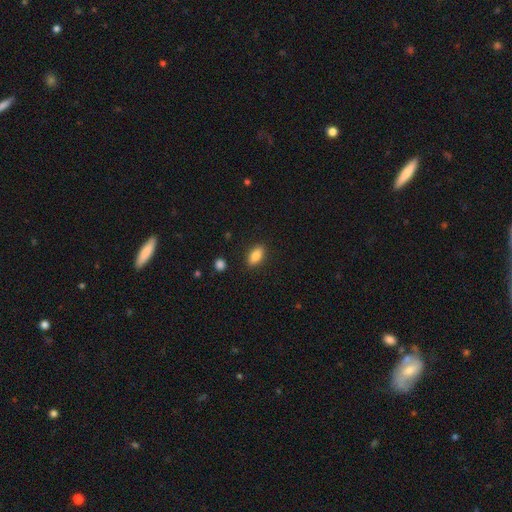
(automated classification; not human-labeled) A smooth galaxy with no disk features (83%) that is in between round and cigar-shaped (86%). Merging: none (88%).